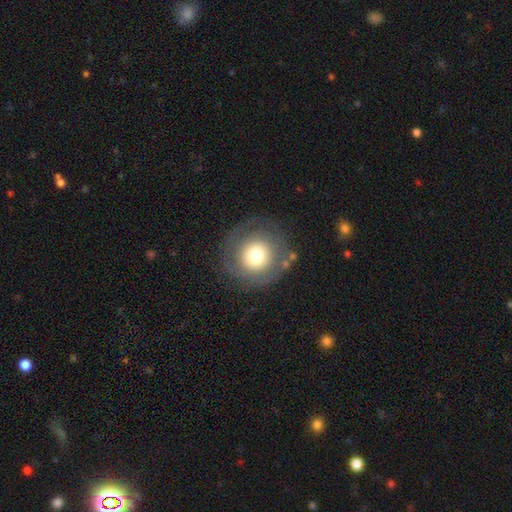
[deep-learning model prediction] smooth 59%, featured or disk 32%, star or artifact 9%. Down the decision tree: how rounded — round (95%); merging — none (79%).